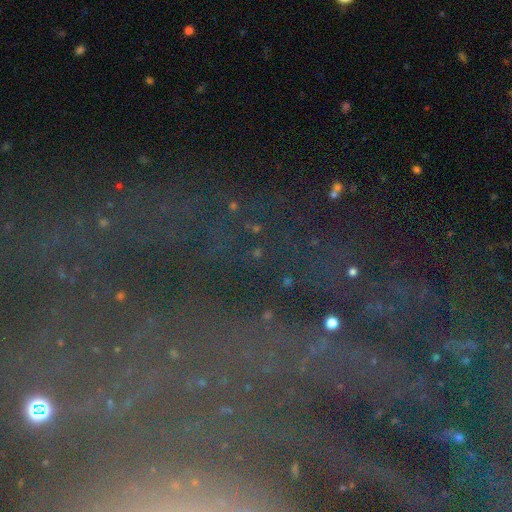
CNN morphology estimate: Smooth or featured?
  - star or artifact: 64% *
  - featured or disk: 25%
  - smooth: 11%